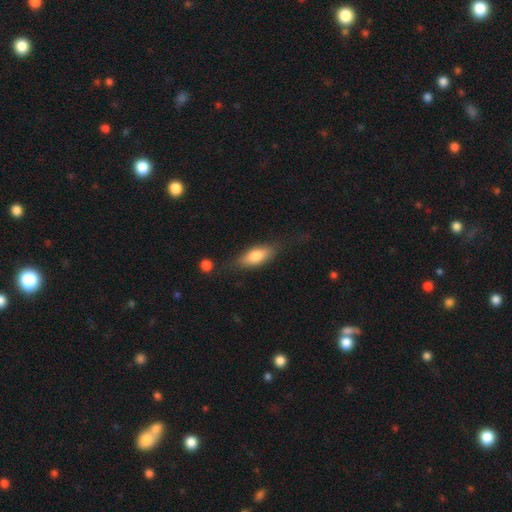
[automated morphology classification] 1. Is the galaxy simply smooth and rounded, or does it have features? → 74% smooth, 20% featured or disk, 6% star or artifact.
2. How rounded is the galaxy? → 76% in between, 20% cigar-shaped, 3% round.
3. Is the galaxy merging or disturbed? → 67% none, 21% minor disturbance, 8% major disturbance, 3% merger.